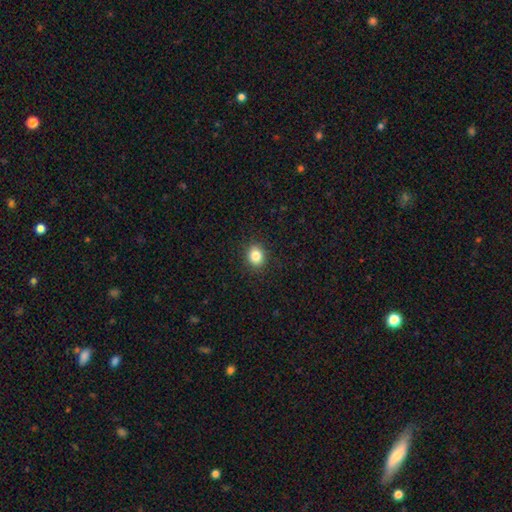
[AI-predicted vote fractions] This appears to be a smooth galaxy with no disk features (83%) that is round (66%). Merging: none (90%).